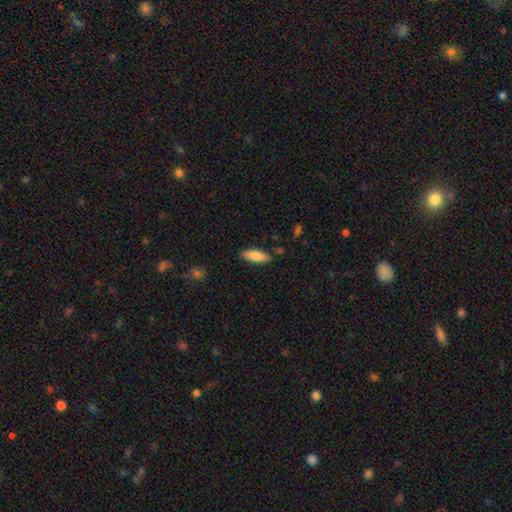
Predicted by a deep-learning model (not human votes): Q: Smooth or featured?
A: smooth (81%); runner-up: featured or disk (13%)
Q: How rounded?
A: in between (64%); runner-up: cigar-shaped (35%)
Q: Merging?
A: none (84%); runner-up: minor disturbance (12%)